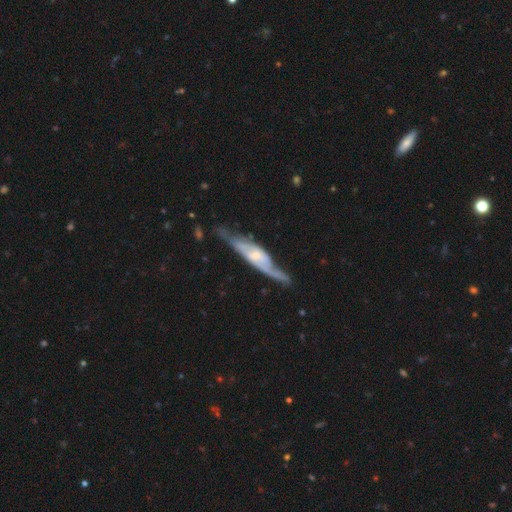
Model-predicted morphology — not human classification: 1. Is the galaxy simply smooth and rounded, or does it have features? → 78% featured or disk, 17% smooth, 5% star or artifact.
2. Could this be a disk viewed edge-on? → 50% yes (tied), 50% no (tied).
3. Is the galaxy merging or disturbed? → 57% none, 26% minor disturbance, 13% major disturbance, 3% merger.